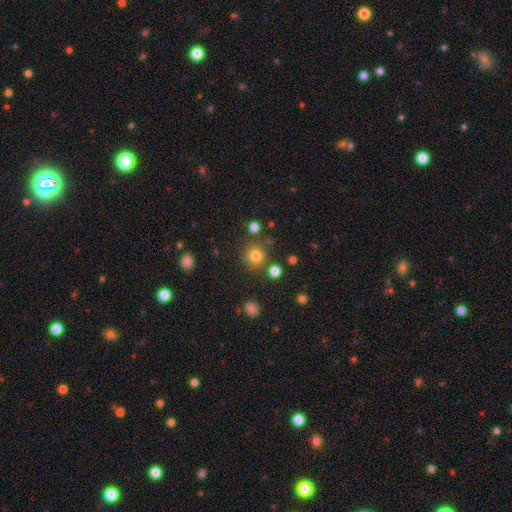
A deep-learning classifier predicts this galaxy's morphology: Overall: smooth (79%). How rounded: round (92%). Merging: none (81%).